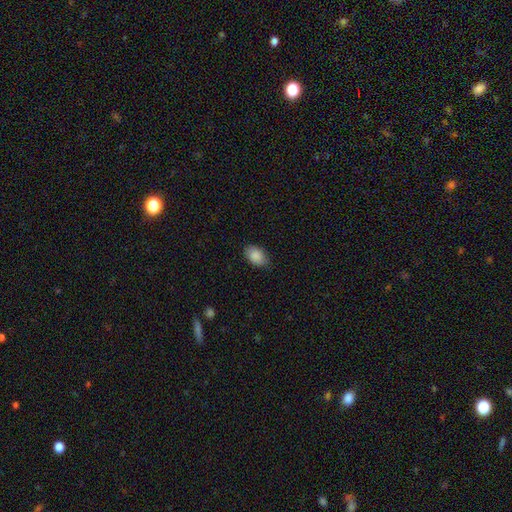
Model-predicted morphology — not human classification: smooth 88%, star or artifact 7%, featured or disk 5%. Down the decision tree: how rounded — in between (89%); merging — none (81%).